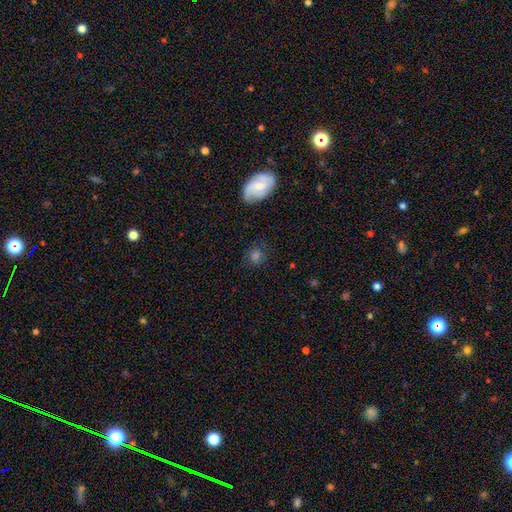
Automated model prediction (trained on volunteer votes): Morphology: type=smooth (63%); roundness=round (69%); merging=none (76%).